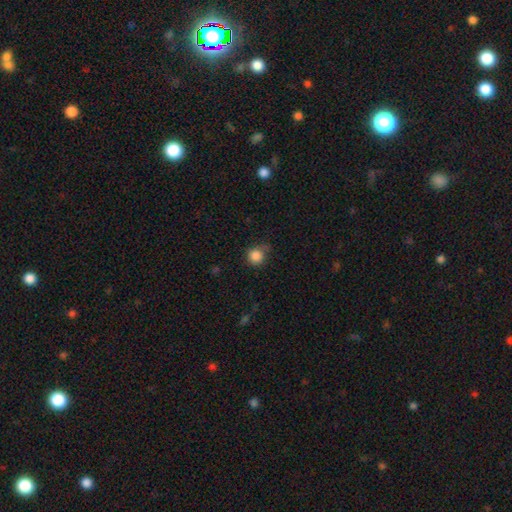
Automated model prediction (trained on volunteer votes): smooth-or-featured: smooth: 85% | star or artifact: 11% | featured or disk: 4%
  how-rounded: round: 92% | in between: 7% | cigar-shaped: 1%
  merging: none: 67% | minor disturbance: 23% | major disturbance: 6% | merger: 3%